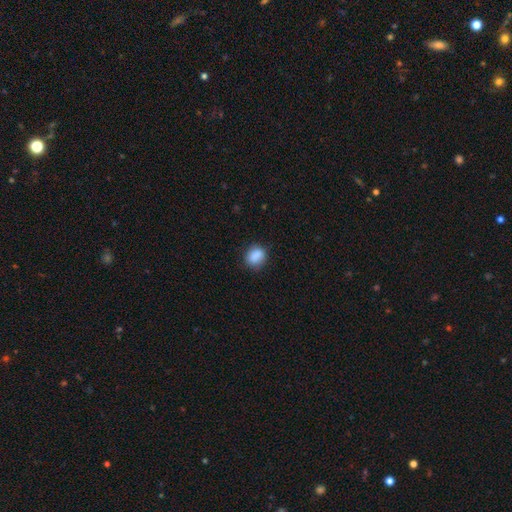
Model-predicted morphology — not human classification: A smooth galaxy with no disk features (88%) that is round (50%).

Vote fractions:
- Smooth or featured? smooth: 88% / star or artifact: 8% / featured or disk: 4%
- How rounded? round: 50% / in between: 48% / cigar-shaped: 1%
- Merging? none: 80% / minor disturbance: 15% / major disturbance: 3% / merger: 1%